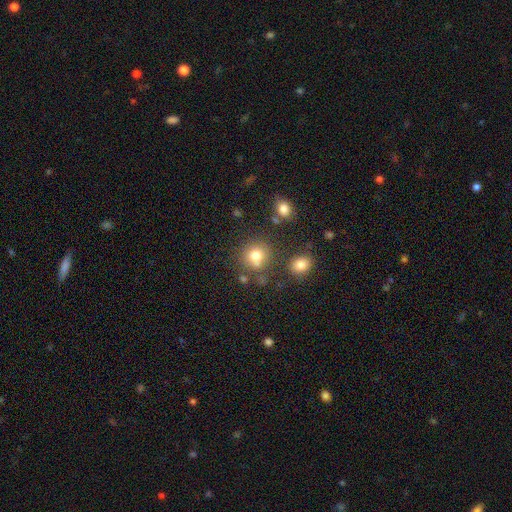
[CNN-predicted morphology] smooth_or_featured: smooth (p=0.77) [alt: star or artifact p=0.14]
how_rounded: round (p=0.85) [alt: in between p=0.14]
merging: none (p=0.68) [alt: merger p=0.15]